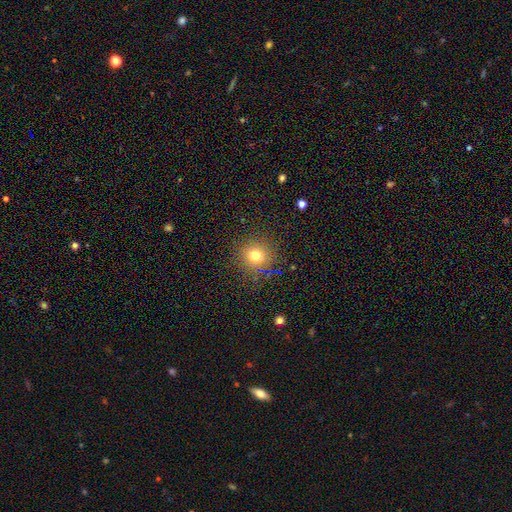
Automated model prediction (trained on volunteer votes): A smooth galaxy with no disk features (74%) that is round (92%).

Vote fractions:
- Smooth or featured? smooth: 74% / star or artifact: 18% / featured or disk: 9%
- How rounded? round: 92% / in between: 7% / cigar-shaped: 1%
- Merging? none: 88% / minor disturbance: 8% / major disturbance: 3% / merger: 2%